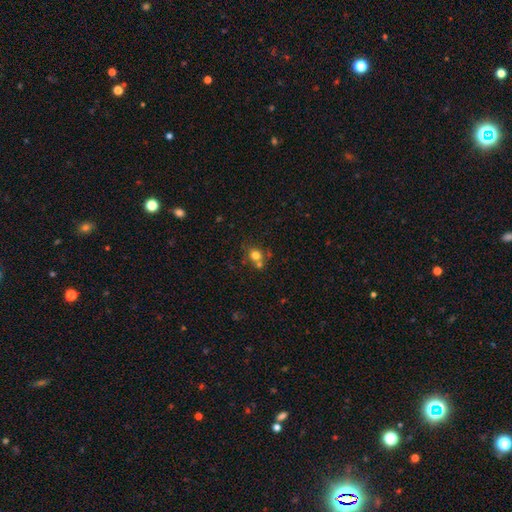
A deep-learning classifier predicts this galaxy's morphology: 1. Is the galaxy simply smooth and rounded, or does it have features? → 74% smooth, 14% star or artifact, 12% featured or disk.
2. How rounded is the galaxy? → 77% round, 22% in between, 1% cigar-shaped.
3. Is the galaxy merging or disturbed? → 55% none, 30% merger, 11% minor disturbance, 5% major disturbance.